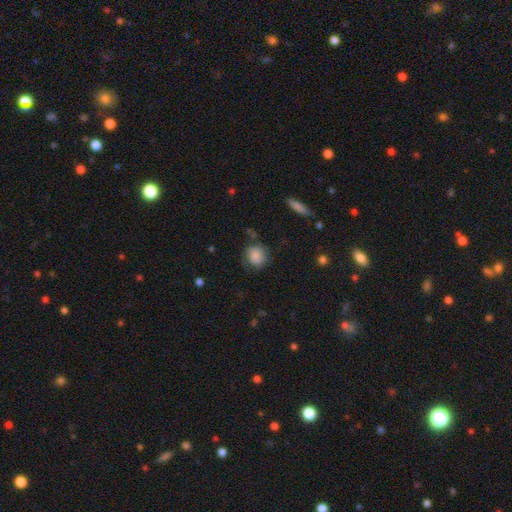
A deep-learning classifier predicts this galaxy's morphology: A smooth galaxy with no disk features (84%) that is round (80%).

Vote fractions:
- Smooth or featured? smooth: 84% / featured or disk: 8% / star or artifact: 8%
- How rounded? round: 80% / in between: 19% / cigar-shaped: 1%
- Merging? none: 69% / minor disturbance: 21% / major disturbance: 7% / merger: 3%